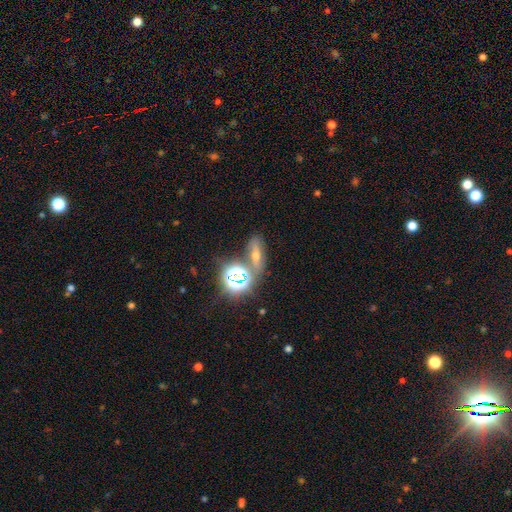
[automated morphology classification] star or artifact 41%, smooth 35%, featured or disk 24%.